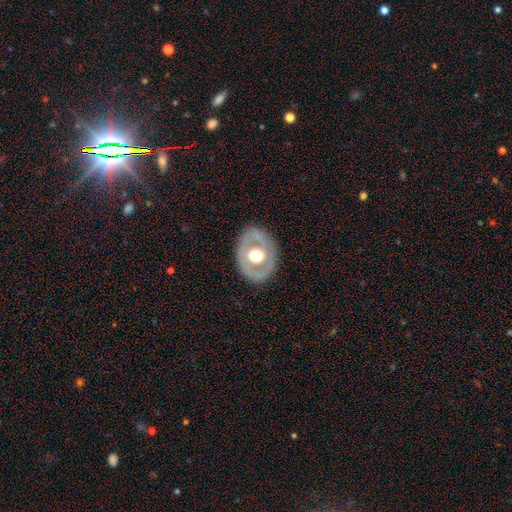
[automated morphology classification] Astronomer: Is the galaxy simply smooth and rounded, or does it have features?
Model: featured or disk — 60%.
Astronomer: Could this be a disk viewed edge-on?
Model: no — 92%.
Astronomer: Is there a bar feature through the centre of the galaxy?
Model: no — 86%.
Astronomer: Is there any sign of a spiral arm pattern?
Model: no — 86%.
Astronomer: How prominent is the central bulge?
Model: moderate — 54% (runner-up: large, 40%).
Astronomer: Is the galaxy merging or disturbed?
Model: none — 79%.